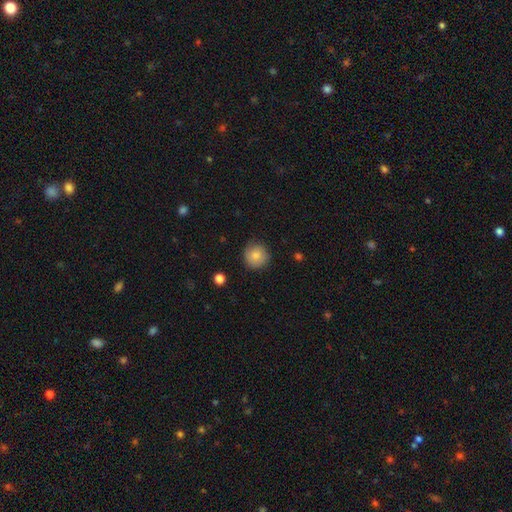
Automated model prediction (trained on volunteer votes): Smooth or featured? Predicted: smooth (p=0.84). How rounded? Predicted: round (p=0.93). Merging? Predicted: none (p=0.83).